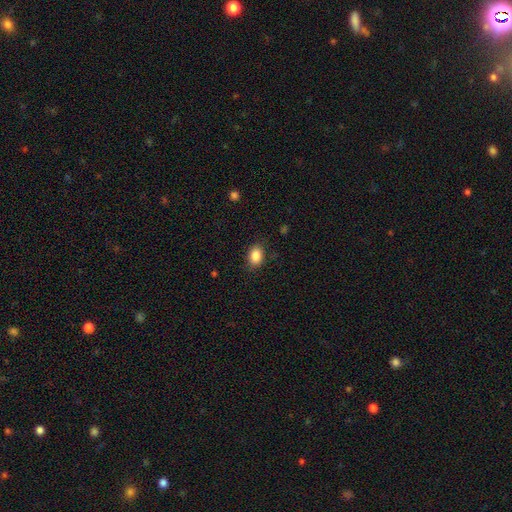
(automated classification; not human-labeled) smooth 86%, star or artifact 9%, featured or disk 5%. Down the decision tree: how rounded — in between (77%); merging — none (85%).